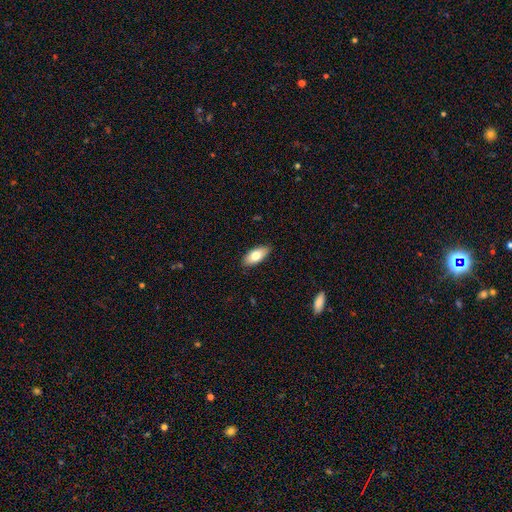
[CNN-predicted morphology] The model was most divided on "smooth or featured": smooth: 76%, featured or disk: 17%, star or artifact: 6%. More confident: how rounded — in between (89%); merging — none (88%).